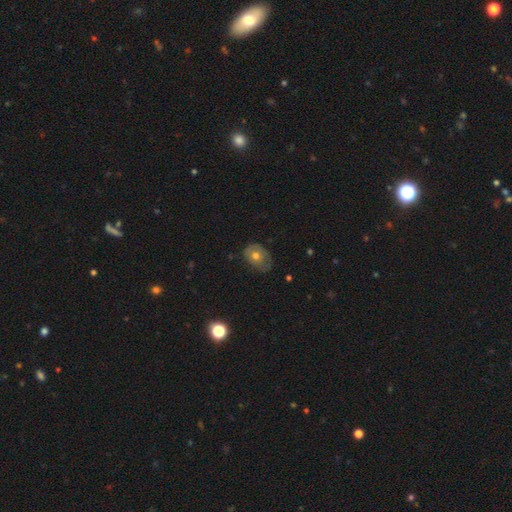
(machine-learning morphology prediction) smooth 52%, featured or disk 39%, star or artifact 9%. Down the decision tree: how rounded — in between (66%); merging — none (60%).